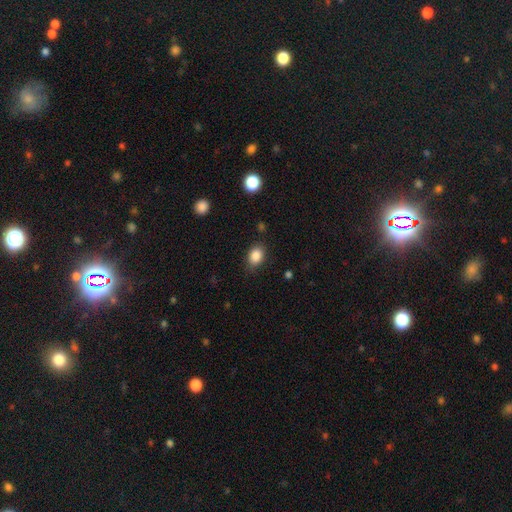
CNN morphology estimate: smooth_or_featured: smooth (p=0.86) [alt: star or artifact p=0.09]
how_rounded: in between (p=0.73) [alt: round p=0.26]
merging: none (p=0.81) [alt: minor disturbance p=0.14]